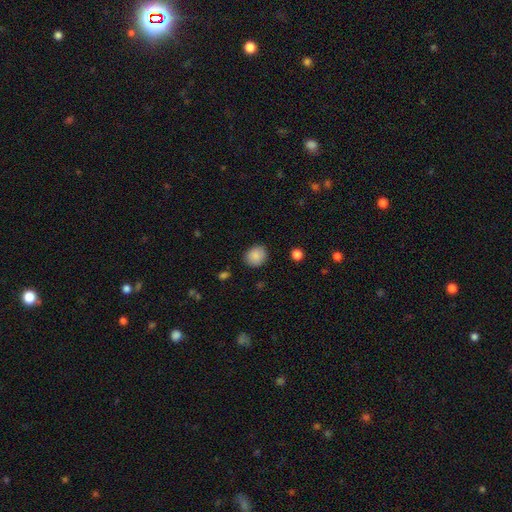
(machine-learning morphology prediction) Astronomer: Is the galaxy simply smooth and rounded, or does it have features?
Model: smooth — 88%.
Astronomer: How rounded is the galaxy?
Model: round — 70%.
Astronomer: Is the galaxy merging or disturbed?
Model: none — 87%.